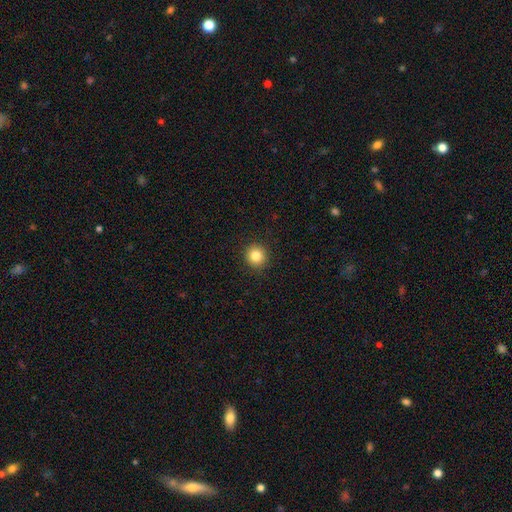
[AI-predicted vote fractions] A smooth galaxy with no disk features (83%) that is round (94%). Merging: none (92%).